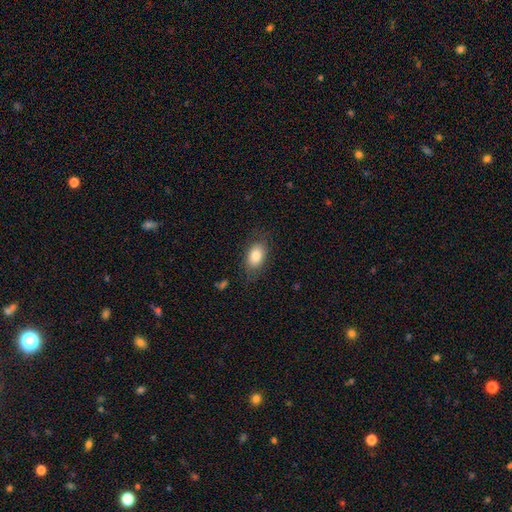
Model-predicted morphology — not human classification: Smooth or featured? Predicted: smooth (p=0.82). How rounded? Predicted: in between (p=0.88). Merging? Predicted: none (p=0.79).